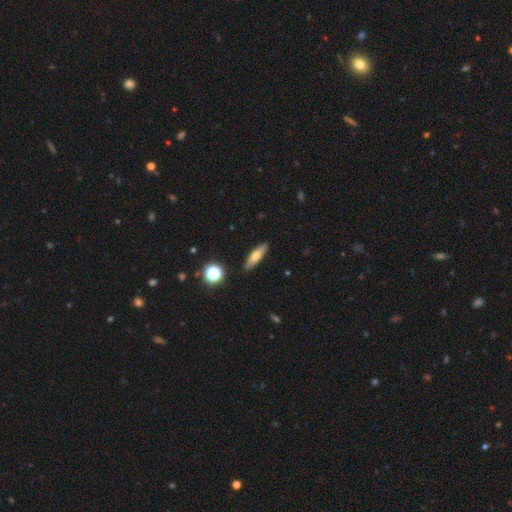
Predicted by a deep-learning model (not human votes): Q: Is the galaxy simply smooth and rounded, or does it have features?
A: smooth — 60%.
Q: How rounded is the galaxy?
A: cigar-shaped — 62%.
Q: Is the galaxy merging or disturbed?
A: none — 89%.